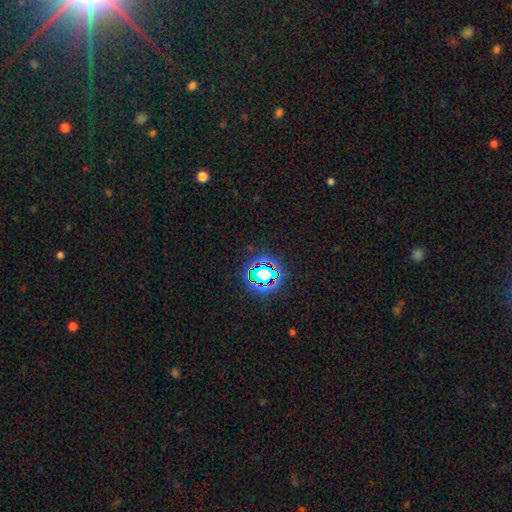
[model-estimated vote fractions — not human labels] Overall: star or artifact (79%).